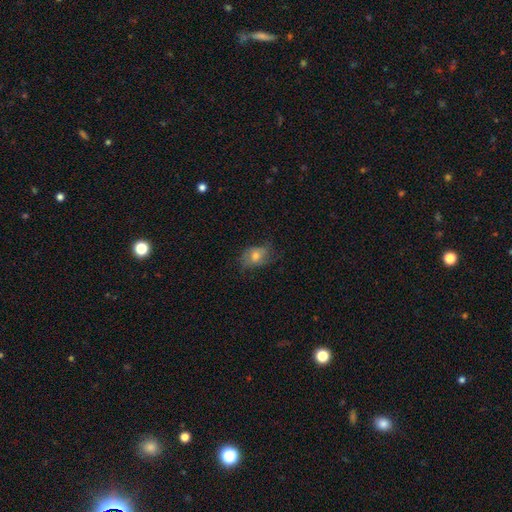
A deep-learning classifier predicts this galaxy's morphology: type=smooth (60%); roundness=in between (71%); merging=none (61%).